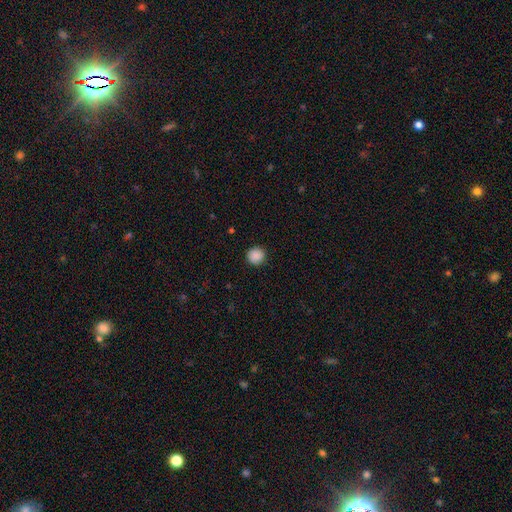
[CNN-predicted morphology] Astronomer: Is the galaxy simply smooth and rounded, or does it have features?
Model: smooth — 89%.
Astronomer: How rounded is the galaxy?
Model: round — 93%.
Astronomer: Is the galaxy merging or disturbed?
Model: none — 91%.